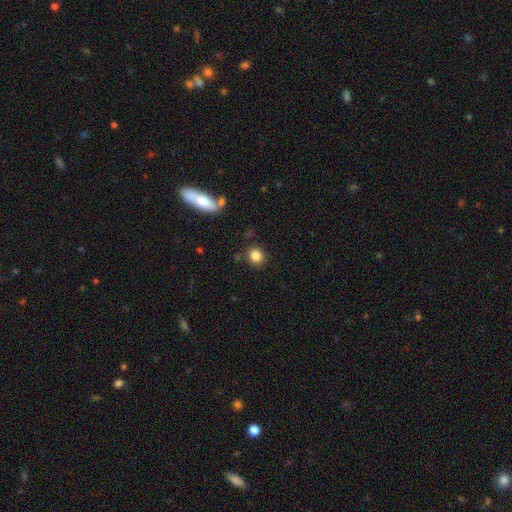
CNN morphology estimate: Smooth or featured? smooth (85%)
How rounded? round (83%)
Merging? none (87%)